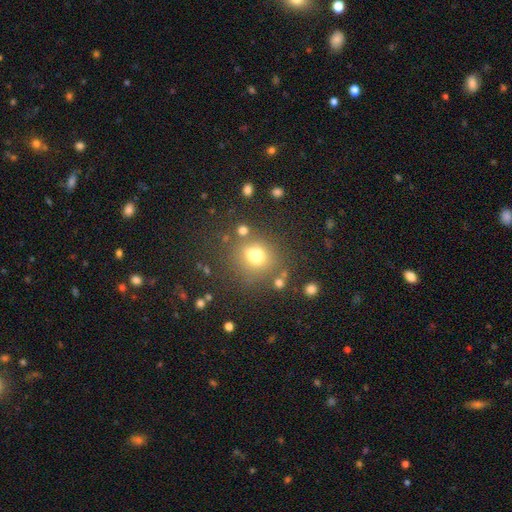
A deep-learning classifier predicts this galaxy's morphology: type=smooth (64%); roundness=round (77%); merging=none (54%).